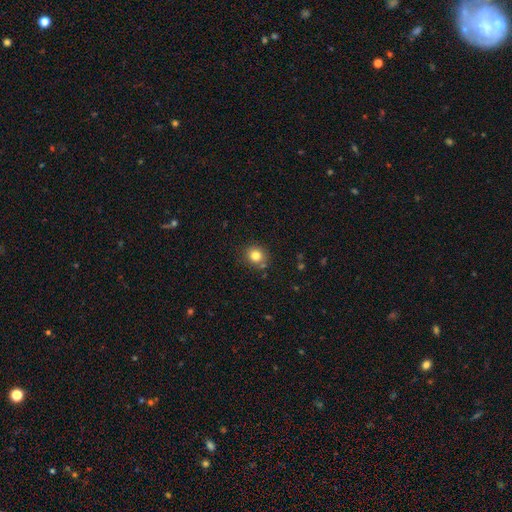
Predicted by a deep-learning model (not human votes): The model was most divided on "how rounded": round: 81%, in between: 18%, cigar-shaped: 1%. More confident: merging — none (82%); smooth or featured — smooth (81%).